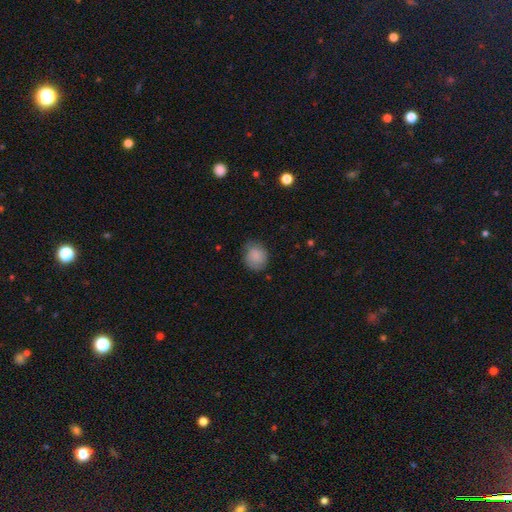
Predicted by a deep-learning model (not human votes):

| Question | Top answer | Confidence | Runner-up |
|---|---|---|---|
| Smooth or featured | smooth | 80% | featured or disk (12%) |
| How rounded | round | 75% | in between (24%) |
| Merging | none | 70% | minor disturbance (23%) |